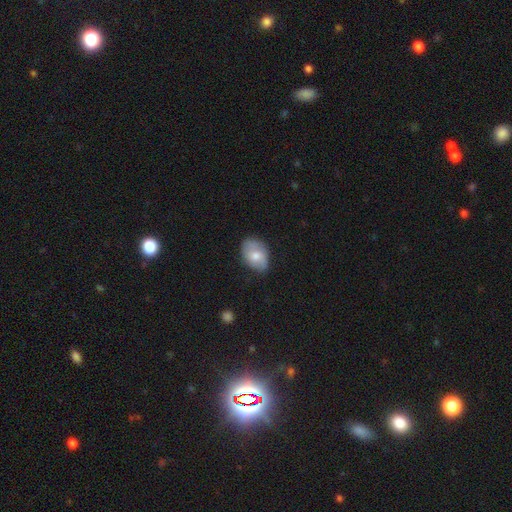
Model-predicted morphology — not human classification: Smooth or featured?
  - smooth: 61% *
  - featured or disk: 32%
  - star or artifact: 7%
How rounded?
  - in between: 77% *
  - round: 22%
  - cigar-shaped: 1%
Merging?
  - none: 65% *
  - minor disturbance: 28%
  - major disturbance: 6%
  - merger: 1%